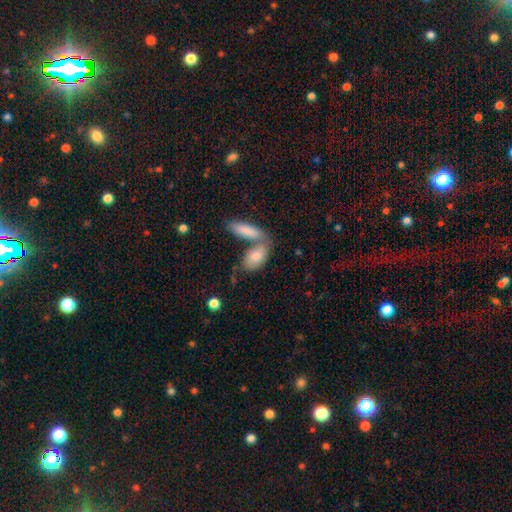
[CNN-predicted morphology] Smooth or featured? Predicted: smooth (p=0.77). How rounded? Predicted: in between (p=0.80). Merging? Predicted: merger (p=0.44).